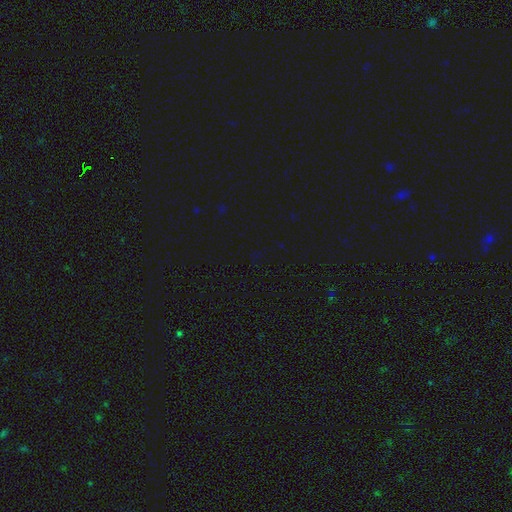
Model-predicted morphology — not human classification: This appears to be a star or artifact, not a galaxy (76%).